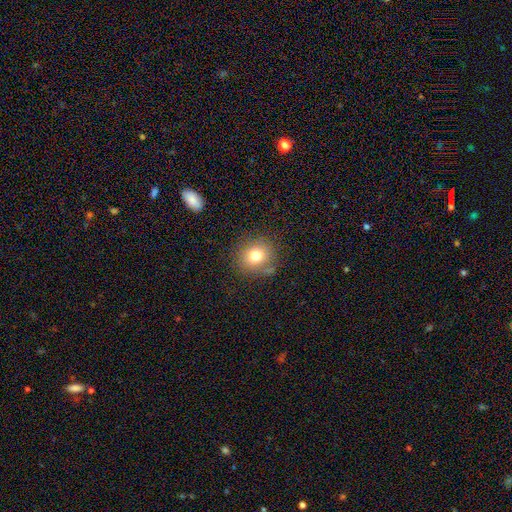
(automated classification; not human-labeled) The model was most divided on "merging": none: 77%, minor disturbance: 14%, major disturbance: 5%, merger: 4%. More confident: how rounded — round (84%); smooth or featured — smooth (76%).